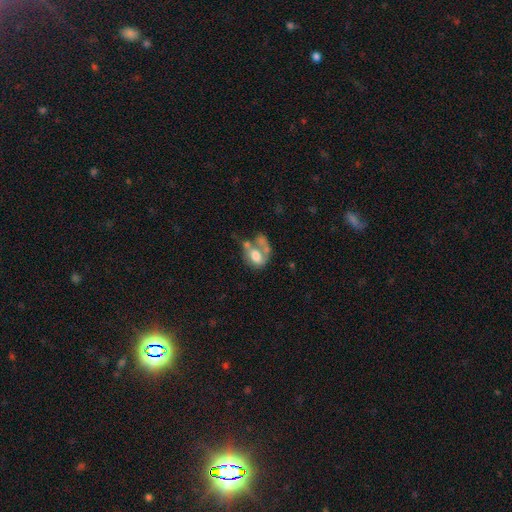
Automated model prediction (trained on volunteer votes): smooth-or-featured: featured or disk: 47% | smooth: 43% | star or artifact: 9%
  merging: merger: 37% | major disturbance: 32% | none: 18% | minor disturbance: 13%